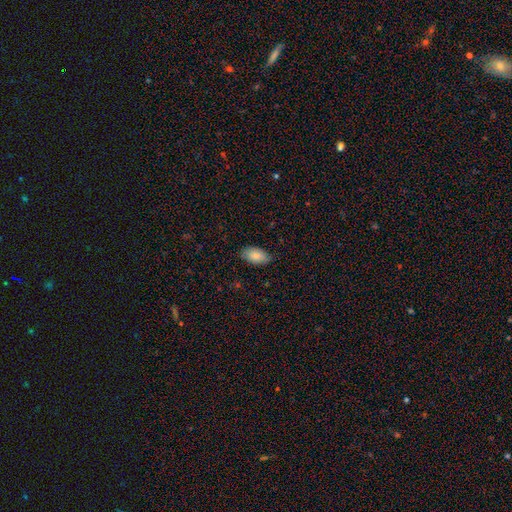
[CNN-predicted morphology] A smooth galaxy with no disk features (84%) that is in between round and cigar-shaped (94%). Merging: none (80%).